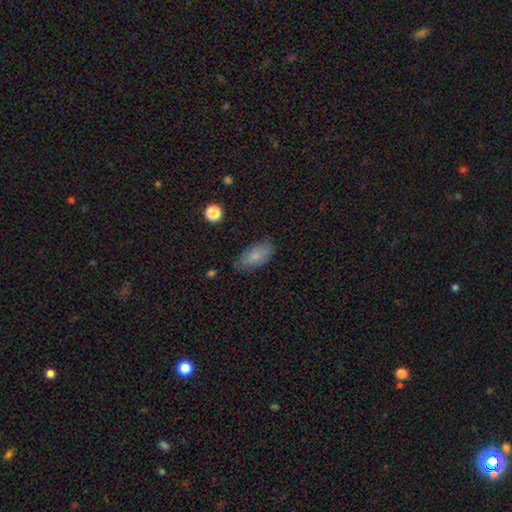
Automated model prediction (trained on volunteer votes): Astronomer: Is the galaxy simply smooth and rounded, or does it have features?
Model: smooth — 79%.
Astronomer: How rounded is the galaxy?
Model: in between — 90%.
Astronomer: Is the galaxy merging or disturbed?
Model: none — 78%.